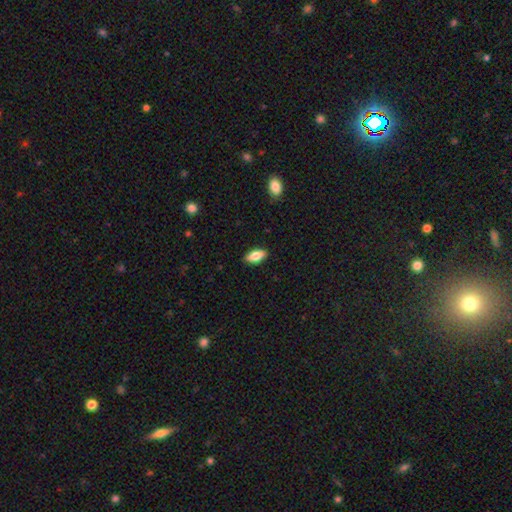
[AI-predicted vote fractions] smooth_or_featured: smooth (p=0.77) [alt: featured or disk p=0.16]
how_rounded: in between (p=0.85) [alt: cigar-shaped p=0.12]
merging: none (p=0.88) [alt: minor disturbance p=0.09]